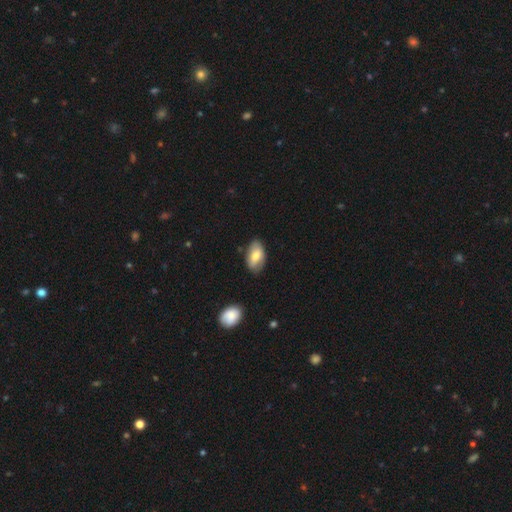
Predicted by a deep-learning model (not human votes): Smooth or featured?
  - smooth: 70% *
  - featured or disk: 23%
  - star or artifact: 7%
How rounded?
  - in between: 94% *
  - round: 4%
  - cigar-shaped: 2%
Merging?
  - none: 76% *
  - minor disturbance: 19%
  - major disturbance: 3%
  - merger: 2%